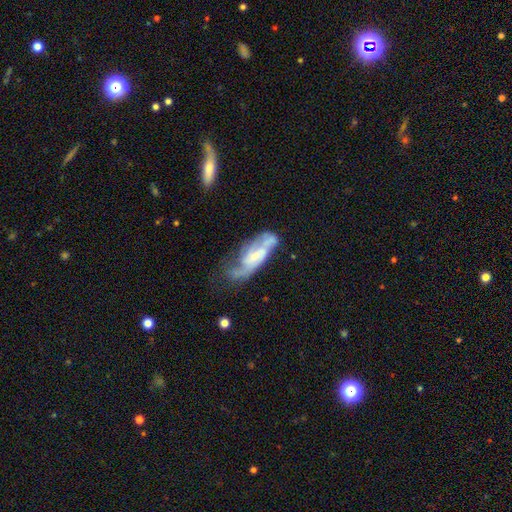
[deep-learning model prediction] Smooth or featured: featured or disk — 74% (smooth — 19%)
Edge-on disk: no — 89% (yes — 11%)
Bar: no — 52% (weak — 34%)
Spiral arms: yes — 87% (no — 13%)
Spiral winding: medium — 45% (tight — 28%)
Spiral arm count: 2 — 51% (can't tell — 24%)
Bulge size: small — 55% (moderate — 27%)
Merging: none — 42% (minor disturbance — 26%)